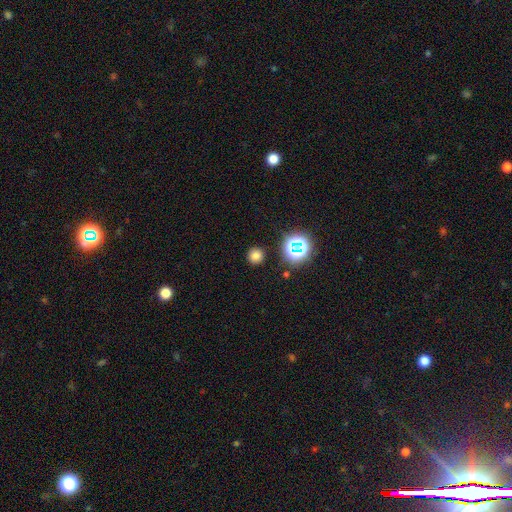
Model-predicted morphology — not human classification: A smooth galaxy with no disk features (73%) that is round (92%).

Vote fractions:
- Smooth or featured? smooth: 73% / star or artifact: 21% / featured or disk: 5%
- How rounded? round: 92% / in between: 7% / cigar-shaped: 1%
- Merging? none: 89% / minor disturbance: 6% / major disturbance: 2% / merger: 2%